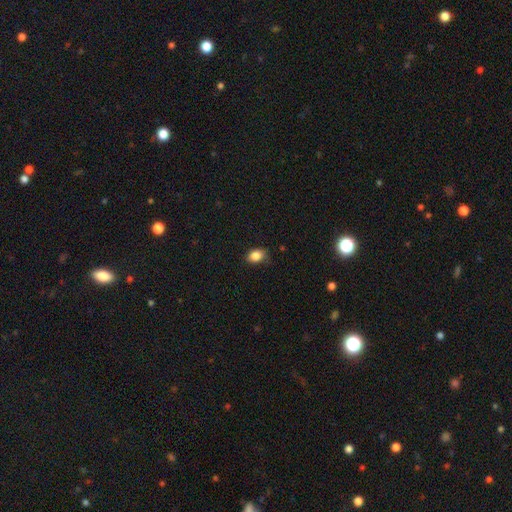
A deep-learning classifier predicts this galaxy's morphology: type=smooth (86%); roundness=in between (71%); merging=none (74%).